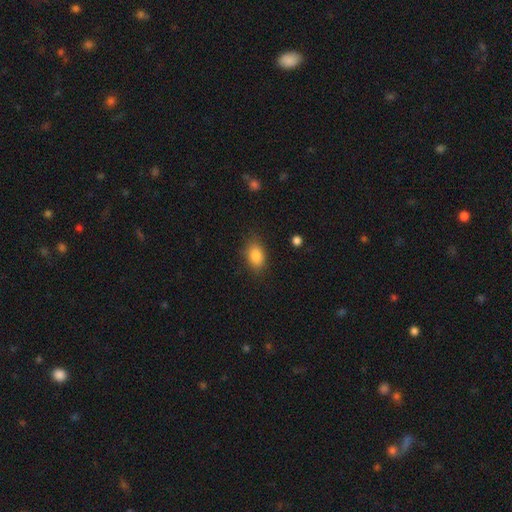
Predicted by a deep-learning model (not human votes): Smooth or featured? smooth (86%)
How rounded? in between (85%)
Merging? none (82%)